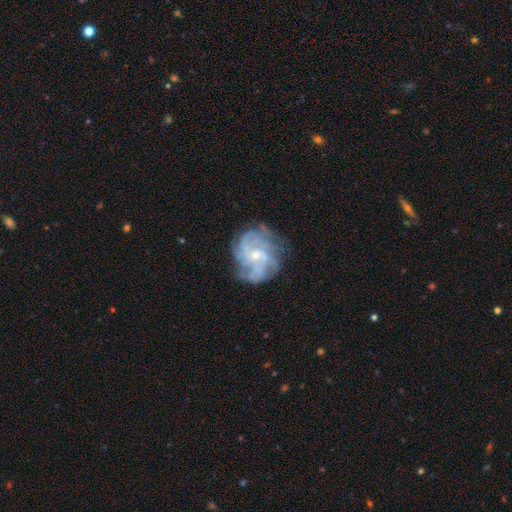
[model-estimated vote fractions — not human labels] Q: Smooth or featured?
A: featured or disk (81%); runner-up: smooth (11%)
Q: Edge-on disk?
A: no (98%); runner-up: yes (2%)
Q: Bar?
A: no (65%); runner-up: weak (30%)
Q: Spiral arms?
A: yes (90%); runner-up: no (10%)
Q: Spiral winding?
A: tight (46%); runner-up: medium (38%)
Q: Spiral arm count?
A: can't tell (36%); runner-up: 4 (22%)
Q: Bulge size?
A: small (69%); runner-up: moderate (27%)
Q: Merging?
A: none (68%); runner-up: minor disturbance (19%)